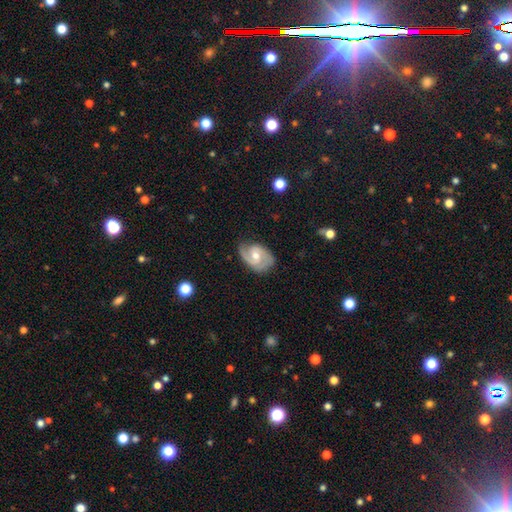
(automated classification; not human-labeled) Smooth or featured: featured or disk — 81% (smooth — 14%)
Edge-on disk: no — 97% (yes — 3%)
Bar: no — 49% (weak — 43%)
Spiral arms: yes — 94% (no — 6%)
Spiral winding: medium — 47% (tight — 38%)
Spiral arm count: 2 — 77% (1 — 9%)
Bulge size: moderate — 64% (small — 30%)
Merging: none — 71% (minor disturbance — 22%)